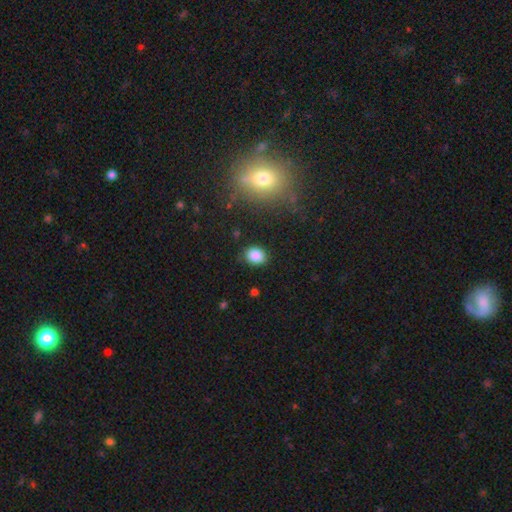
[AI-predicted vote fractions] smooth_or_featured: smooth (p=0.85) [alt: star or artifact p=0.10]
how_rounded: in between (p=0.53) [alt: round p=0.46]
merging: none (p=0.83) [alt: minor disturbance p=0.12]